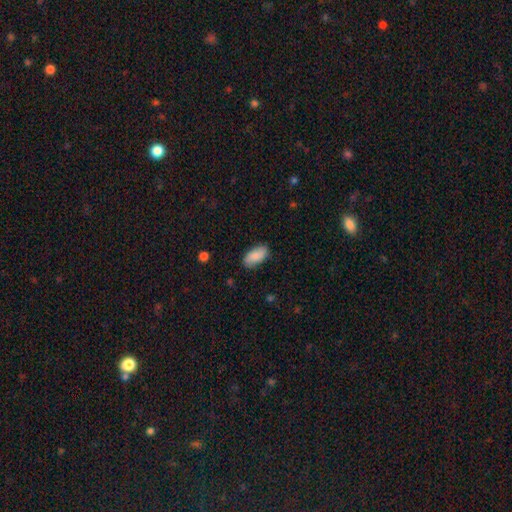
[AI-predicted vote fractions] smooth 83%, featured or disk 11%, star or artifact 6%. Down the decision tree: how rounded — in between (93%); merging — none (83%).